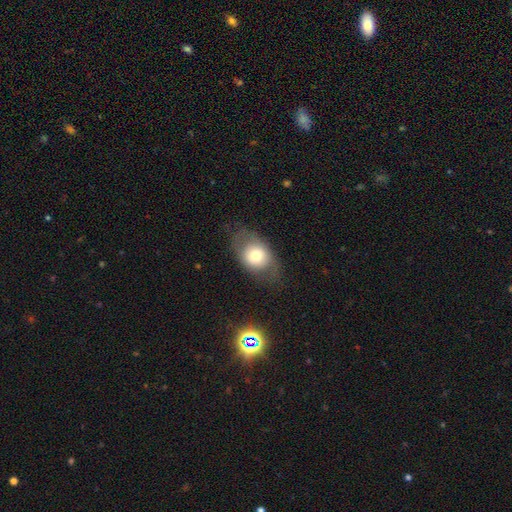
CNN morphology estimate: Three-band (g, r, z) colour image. It shows a smooth galaxy with no disk features (61%) that is in between round and cigar-shaped (63%). Merging: none (68%).